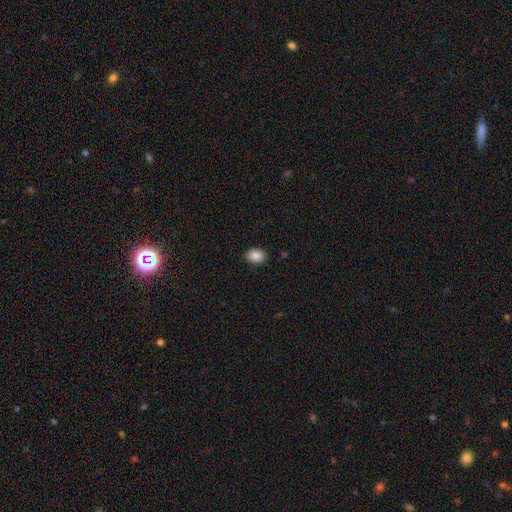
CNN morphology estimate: The model was most divided on "how rounded": in between: 72%, round: 27%, cigar-shaped: 1%. More confident: merging — none (89%); smooth or featured — smooth (87%).